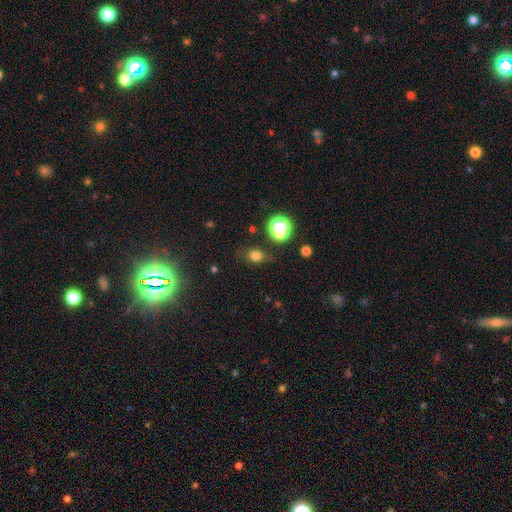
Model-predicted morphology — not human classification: A smooth galaxy with no disk features (73%) that is in between round and cigar-shaped (53%). Merging: none (73%).